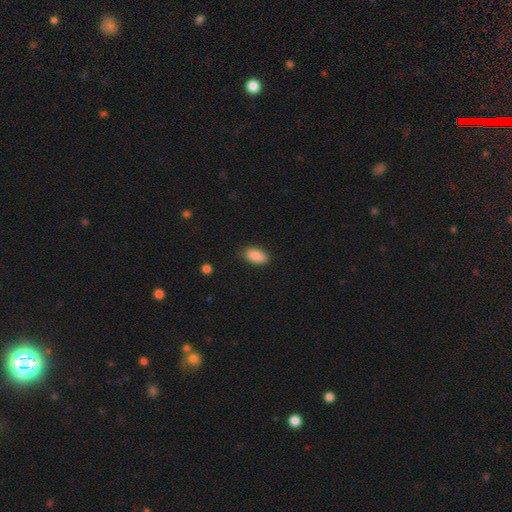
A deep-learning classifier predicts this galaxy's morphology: Smooth or featured? smooth (90%)
How rounded? in between (93%)
Merging? none (85%)